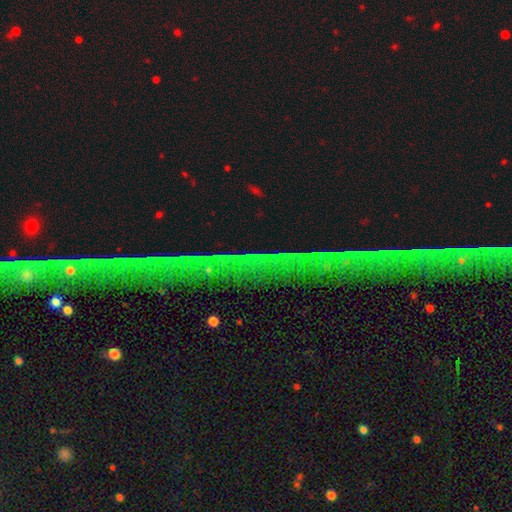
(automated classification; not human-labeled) Morphology: type=star or artifact (87%).